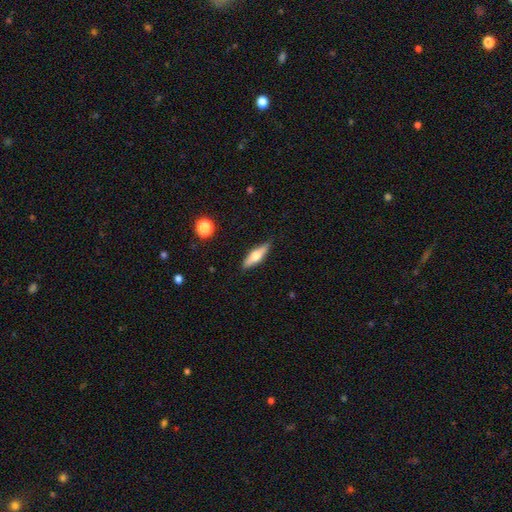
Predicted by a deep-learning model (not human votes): Morphology: type=smooth (50%); merging=none (87%).